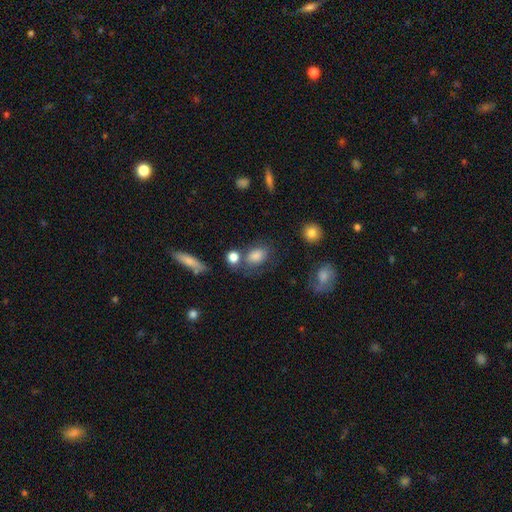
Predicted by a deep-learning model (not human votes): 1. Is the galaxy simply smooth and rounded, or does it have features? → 78% smooth, 11% featured or disk, 11% star or artifact.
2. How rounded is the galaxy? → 74% in between, 23% round, 3% cigar-shaped.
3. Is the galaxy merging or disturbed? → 58% none, 18% minor disturbance, 15% merger, 9% major disturbance.